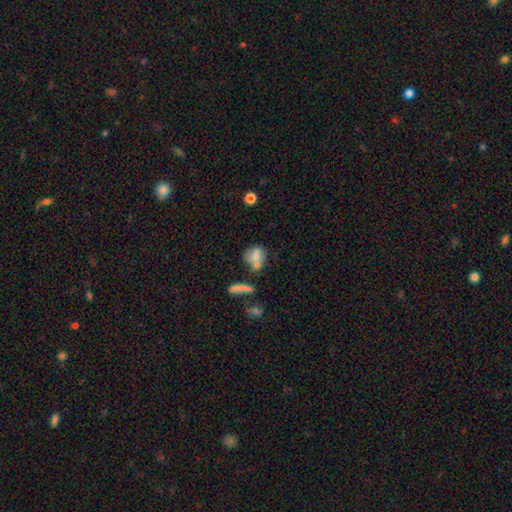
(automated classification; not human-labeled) smooth_or_featured: smooth (p=0.65) [alt: featured or disk p=0.25]
how_rounded: round (p=0.48) [tied with: in between p=0.48]
merging: none (p=0.43) [alt: merger p=0.31]